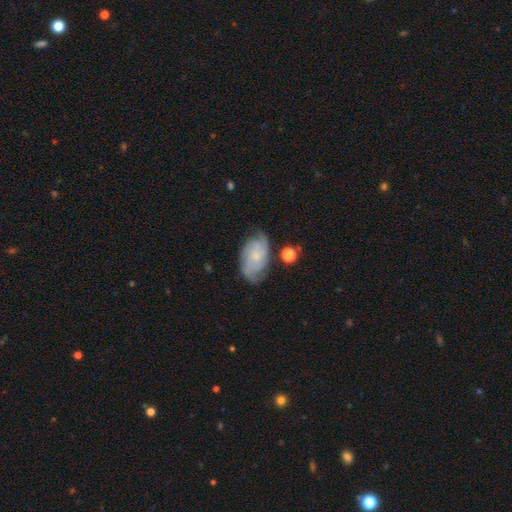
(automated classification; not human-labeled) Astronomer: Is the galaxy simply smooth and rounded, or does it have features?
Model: featured or disk — 73%.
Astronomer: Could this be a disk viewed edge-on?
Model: no — 97%.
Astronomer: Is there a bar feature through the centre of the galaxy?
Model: no — 72%.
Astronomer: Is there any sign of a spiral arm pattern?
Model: yes — 94%.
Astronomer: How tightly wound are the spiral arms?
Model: tight — 51% (runner-up: medium, 37%).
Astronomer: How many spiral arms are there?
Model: can't tell — 28% (runner-up: 2, 27%).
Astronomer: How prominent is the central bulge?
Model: small — 68%.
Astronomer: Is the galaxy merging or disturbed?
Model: none — 70%.